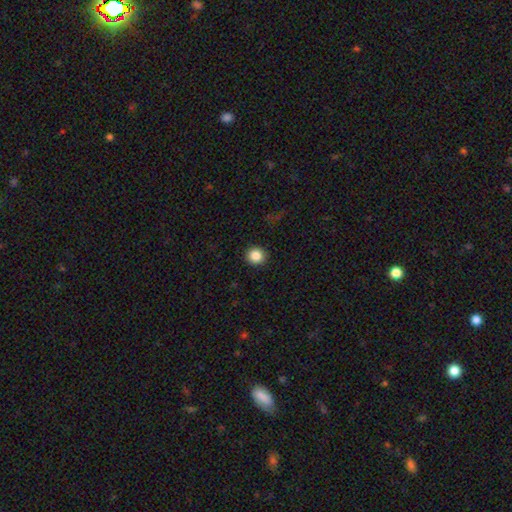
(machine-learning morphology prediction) smooth 86%, star or artifact 10%, featured or disk 4%. Down the decision tree: how rounded — round (92%); merging — none (92%).